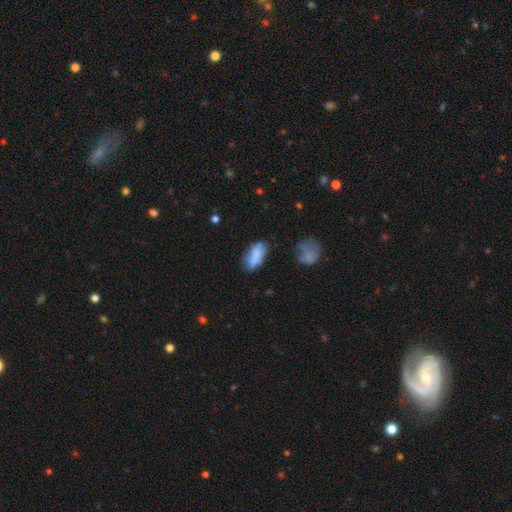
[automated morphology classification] smooth 74%, featured or disk 18%, star or artifact 8%. Down the decision tree: how rounded — in between (84%); merging — none (55%).